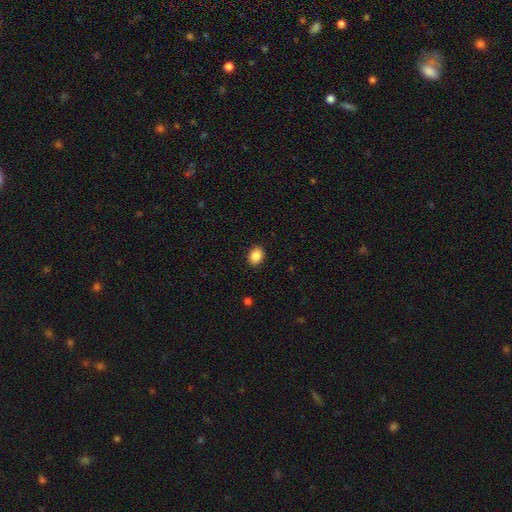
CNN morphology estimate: This is clearly a smooth galaxy (88%). How rounded: likely in between (66%). Merging: clearly none (90%).